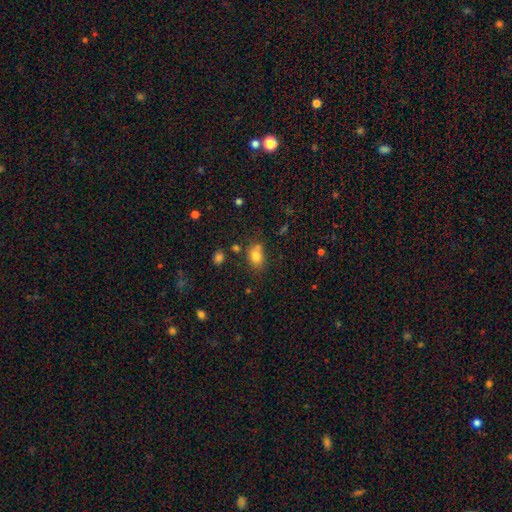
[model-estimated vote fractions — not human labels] smooth_or_featured: smooth (p=0.78) [alt: star or artifact p=0.12]
how_rounded: in between (p=0.67) [alt: round p=0.31]
merging: none (p=0.58) [alt: minor disturbance p=0.20]